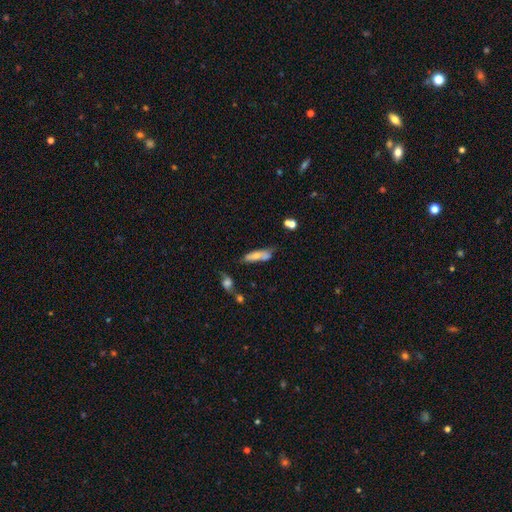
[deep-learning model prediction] Smooth or featured: smooth — 62% (featured or disk — 30%)
How rounded: cigar-shaped — 62% (in between — 35%)
Merging: none — 51% (minor disturbance — 25%)